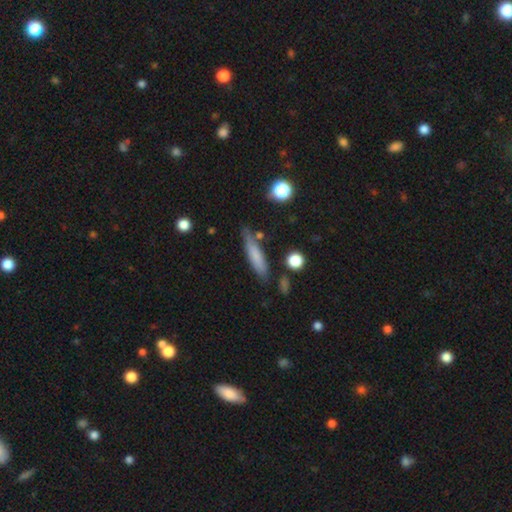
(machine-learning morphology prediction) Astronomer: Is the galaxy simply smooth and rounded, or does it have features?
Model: smooth — 71%.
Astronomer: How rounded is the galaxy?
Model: cigar-shaped — 80%.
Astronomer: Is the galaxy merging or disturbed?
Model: none — 70%.